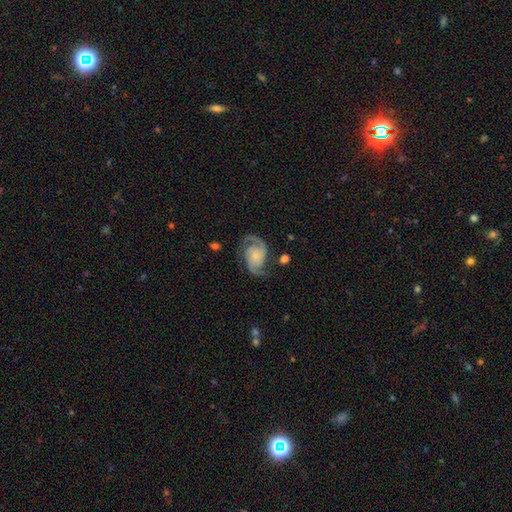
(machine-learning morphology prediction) A featured or disk galaxy (89%) with no bar (69%), 2 (93%) medium (53%) spiral arms (98%) and a small central bulge (59%).

Vote fractions:
- Smooth or featured? featured or disk: 89% / smooth: 6% / star or artifact: 5%
- Edge-on disk? no: 98% / yes: 2%
- Bar? no: 69% / weak: 24% / strong: 6%
- Spiral arms? yes: 98% / no: 2%
- Spiral winding? medium: 53% / loose: 25% / tight: 22%
- Spiral arm count? 2: 93% / can't tell: 2% / 3: 2% / 1: 1% / 4: 1% / more than 4: 1%
- Bulge size? small: 59% / moderate: 21% / none: 14% / large: 4% / dominant: 2%
- Merging? none: 74% / minor disturbance: 16% / major disturbance: 8% / merger: 2%